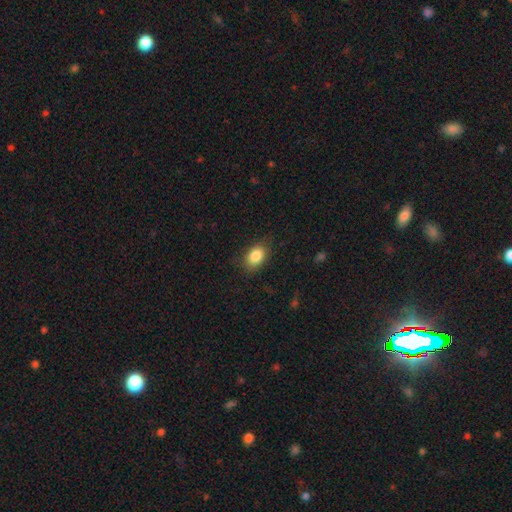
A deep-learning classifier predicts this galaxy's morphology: The model was most divided on "how rounded": in between: 83%, round: 16%, cigar-shaped: 1%. More confident: smooth or featured — smooth (86%); merging — none (81%).